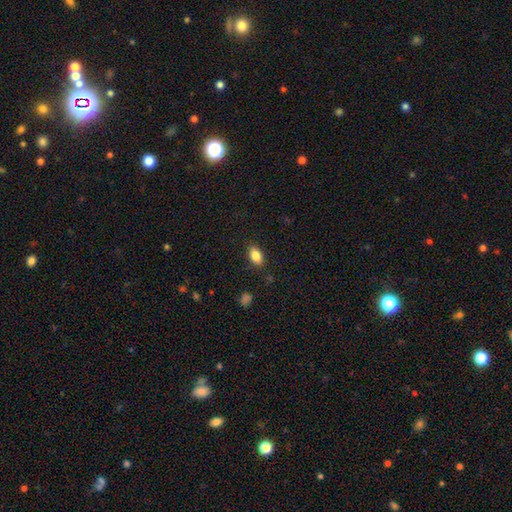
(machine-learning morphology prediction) Smooth or featured: smooth — 85% (star or artifact — 8%)
How rounded: in between — 89% (round — 7%)
Merging: none — 85% (minor disturbance — 11%)